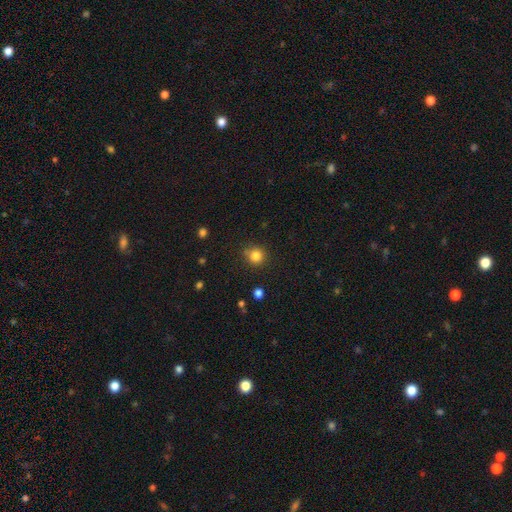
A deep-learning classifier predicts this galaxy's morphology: The model was most divided on "merging": none: 81%, minor disturbance: 12%, major disturbance: 3%, merger: 3%. More confident: how rounded — round (90%); smooth or featured — smooth (83%).